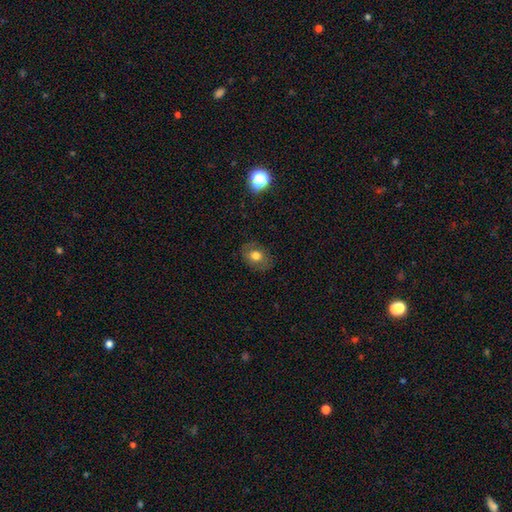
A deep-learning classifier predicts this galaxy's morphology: type=smooth (69%); roundness=in between (62%); merging=none (82%).